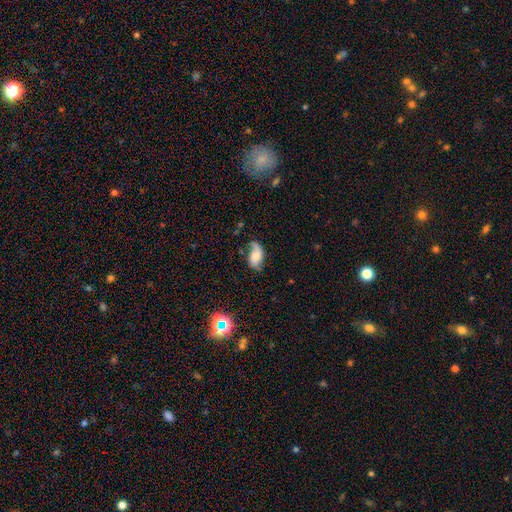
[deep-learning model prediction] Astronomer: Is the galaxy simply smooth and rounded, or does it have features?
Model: featured or disk — 51% (runner-up: smooth, 38%).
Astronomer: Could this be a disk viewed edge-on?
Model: no — 95%.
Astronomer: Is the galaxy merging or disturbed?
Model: none — 52% (runner-up: minor disturbance, 30%).